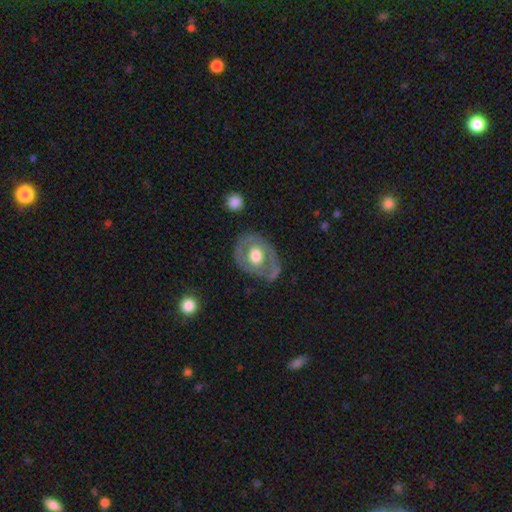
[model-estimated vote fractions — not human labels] The model was most divided on "bulge size": moderate: 50%, large: 43%, small: 3%, dominant: 3%, none: 1%. More confident: edge-on disk — no (94%); bar — no (85%); spiral arms — no (77%); merging — none (70%); smooth or featured — featured or disk (56%).